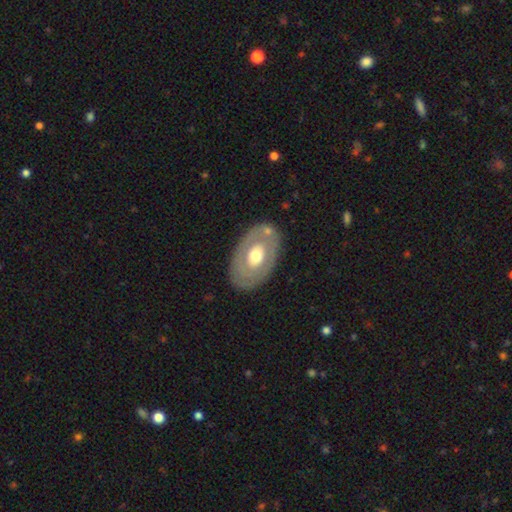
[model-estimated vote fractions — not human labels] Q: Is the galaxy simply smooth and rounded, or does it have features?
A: featured or disk — 52%.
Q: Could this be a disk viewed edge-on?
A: no — 90%.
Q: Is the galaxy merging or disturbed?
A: none — 80%.